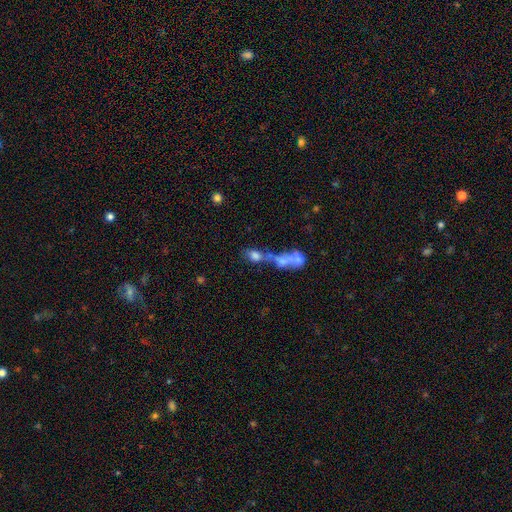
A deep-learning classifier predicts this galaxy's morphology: Smooth or featured?
  - smooth: 63% *
  - featured or disk: 24%
  - star or artifact: 13%
How rounded?
  - in between: 73% *
  - round: 20%
  - cigar-shaped: 7%
Merging?
  - merger: 55% *
  - none: 24%
  - major disturbance: 11%
  - minor disturbance: 9%